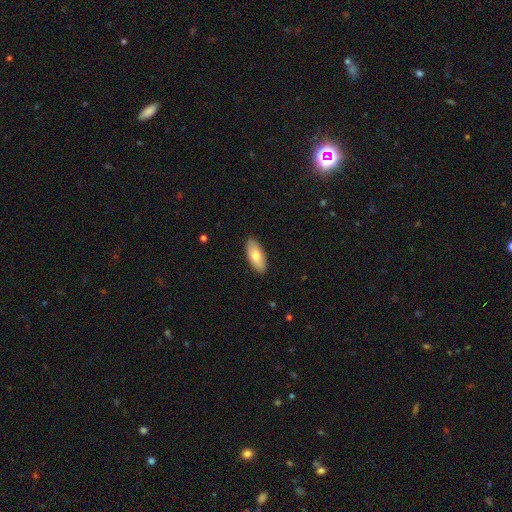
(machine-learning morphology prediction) type=smooth (75%); roundness=in between (86%); merging=none (89%).